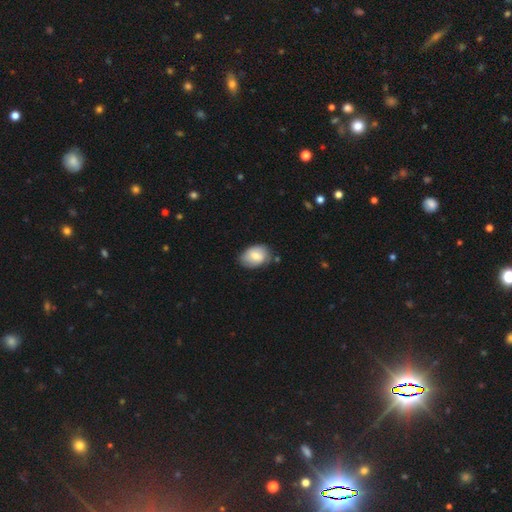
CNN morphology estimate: The model was most divided on "merging": none: 69%, minor disturbance: 23%, major disturbance: 4%, merger: 3%. More confident: how rounded — in between (81%); smooth or featured — smooth (71%).